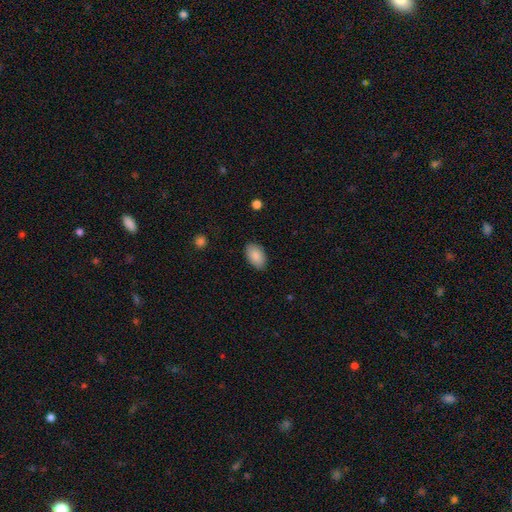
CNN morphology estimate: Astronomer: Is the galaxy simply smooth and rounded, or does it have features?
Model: smooth — 88%.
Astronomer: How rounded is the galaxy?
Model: in between — 93%.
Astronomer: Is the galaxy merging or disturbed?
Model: none — 86%.